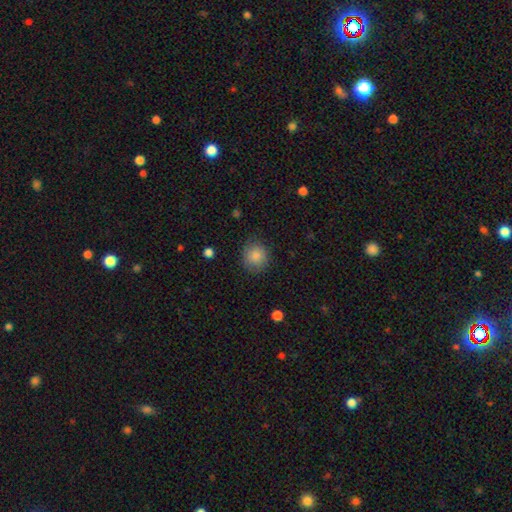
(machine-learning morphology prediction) smooth-or-featured: smooth: 86% | star or artifact: 9% | featured or disk: 5%
  how-rounded: round: 84% | in between: 15% | cigar-shaped: 1%
  merging: none: 82% | minor disturbance: 13% | major disturbance: 4% | merger: 1%